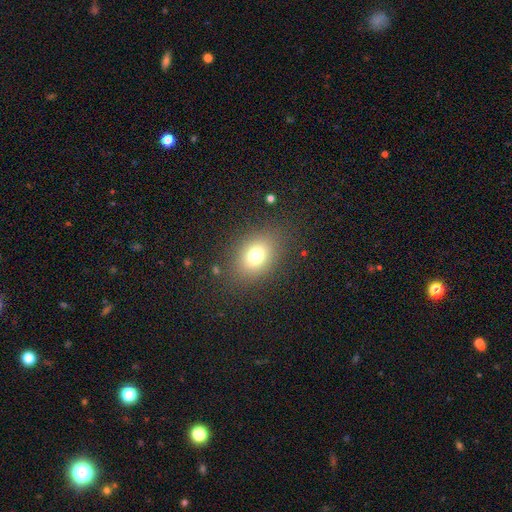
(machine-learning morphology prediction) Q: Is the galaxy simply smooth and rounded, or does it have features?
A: smooth — 75%.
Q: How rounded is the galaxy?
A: in between — 63%.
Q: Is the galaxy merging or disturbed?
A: none — 83%.